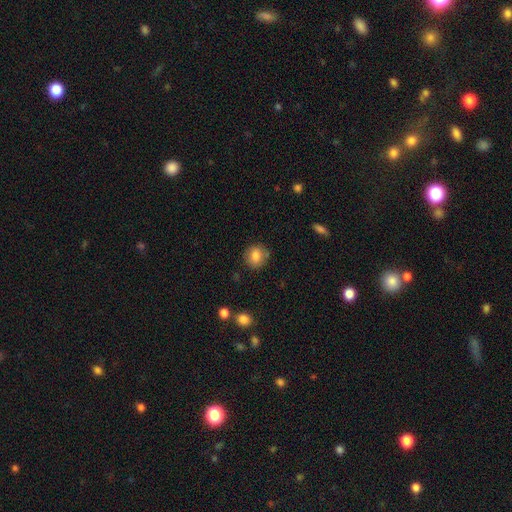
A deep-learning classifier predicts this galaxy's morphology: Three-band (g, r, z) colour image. It shows a smooth galaxy with no disk features (81%) that is round (79%). Merging: none (82%).